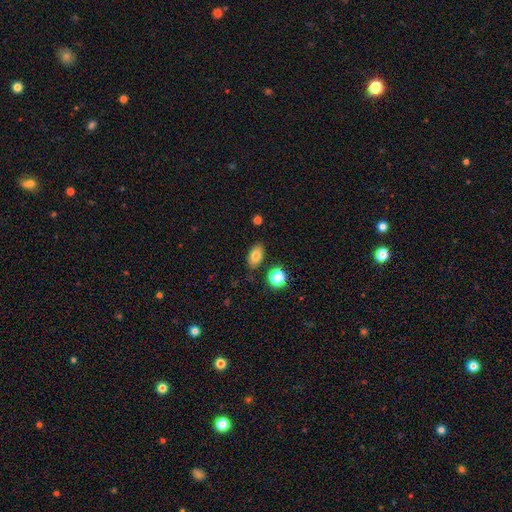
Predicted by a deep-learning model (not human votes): Smooth or featured? Predicted: smooth (p=0.78). How rounded? Predicted: in between (p=0.87). Merging? Predicted: none (p=0.84).